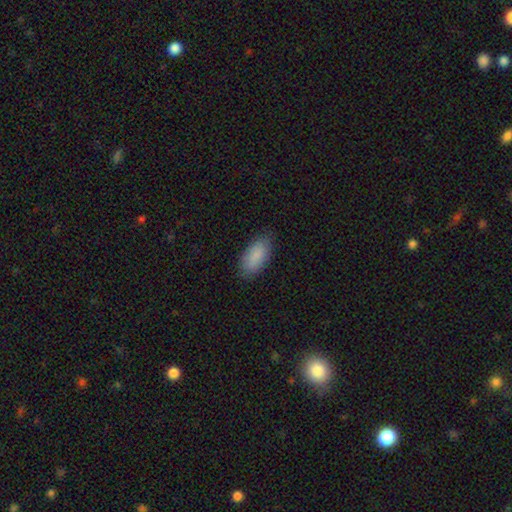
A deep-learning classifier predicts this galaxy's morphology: This appears to be a smooth galaxy with no disk features (88%) that is in between round and cigar-shaped (91%). Merging: none (81%).